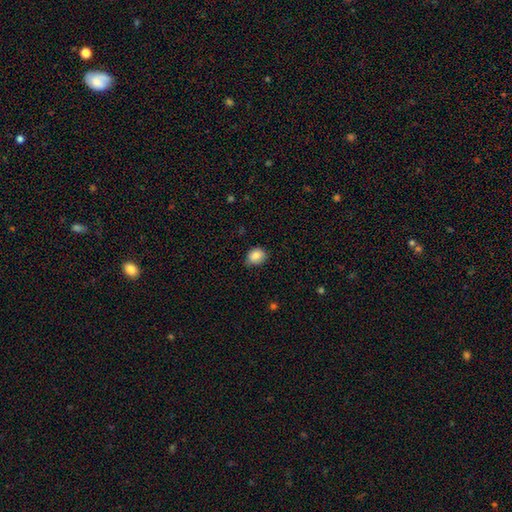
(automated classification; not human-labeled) A smooth galaxy with no disk features (85%) that is round (57%).

Vote fractions:
- Smooth or featured? smooth: 85% / star or artifact: 9% / featured or disk: 6%
- How rounded? round: 57% / in between: 42% / cigar-shaped: 1%
- Merging? none: 71% / minor disturbance: 25% / major disturbance: 3% / merger: 1%